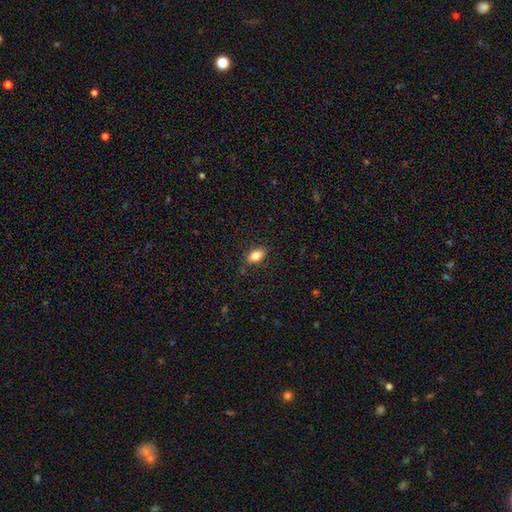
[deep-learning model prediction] A smooth galaxy with no disk features (82%) that is in between round and cigar-shaped (88%). Merging: none (86%).